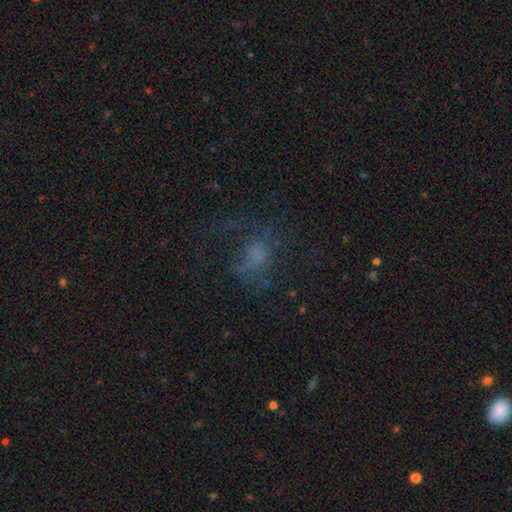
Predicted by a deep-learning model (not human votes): This appears to be a featured or disk galaxy (39%). Merging: major disturbance (41%).